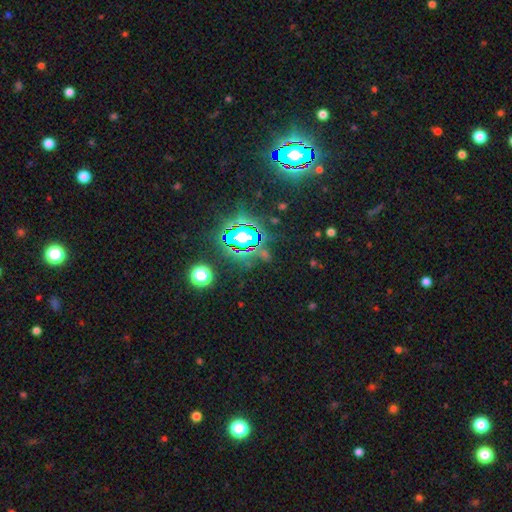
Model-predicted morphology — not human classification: A star or artifact, not a galaxy (84%).

Vote fractions:
- Smooth or featured? star or artifact: 84% / smooth: 9% / featured or disk: 7%